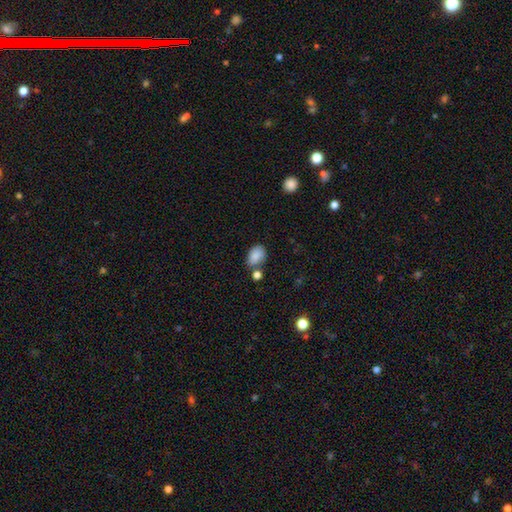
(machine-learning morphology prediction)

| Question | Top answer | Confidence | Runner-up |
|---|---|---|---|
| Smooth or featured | smooth | 85% | star or artifact (8%) |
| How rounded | in between | 86% | round (12%) |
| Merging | none | 57% | minor disturbance (19%) |